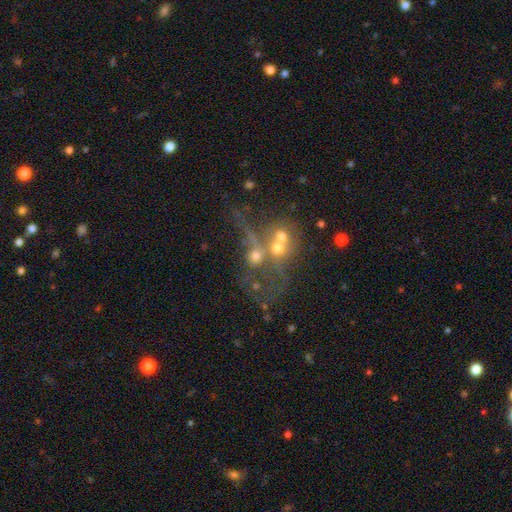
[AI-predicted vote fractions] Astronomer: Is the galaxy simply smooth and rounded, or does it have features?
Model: smooth — 45% (runner-up: featured or disk, 32%).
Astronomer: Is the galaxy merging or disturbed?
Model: merger — 54%.